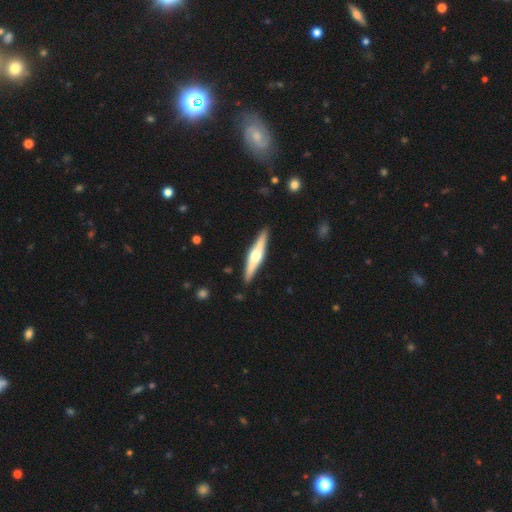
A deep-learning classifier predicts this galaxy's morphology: Smooth or featured? Predicted: featured or disk (p=0.66). Edge-on disk? Predicted: yes (p=0.96). Edge-on bulge? Predicted: rounded (p=0.92). Merging? Predicted: none (p=0.90).